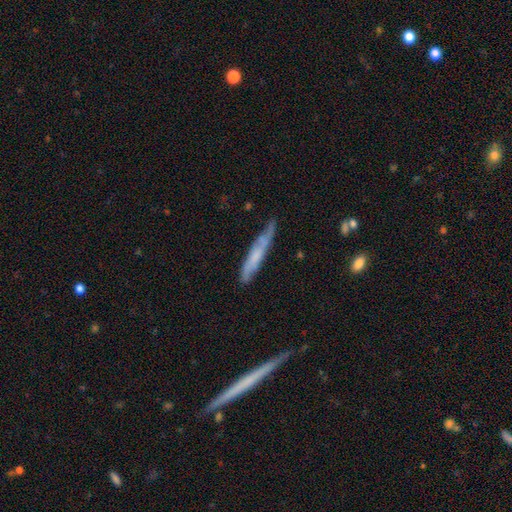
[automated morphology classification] The model was most divided on "smooth or featured": featured or disk: 49%, smooth: 45%, star or artifact: 6%. More confident: merging — none (68%).